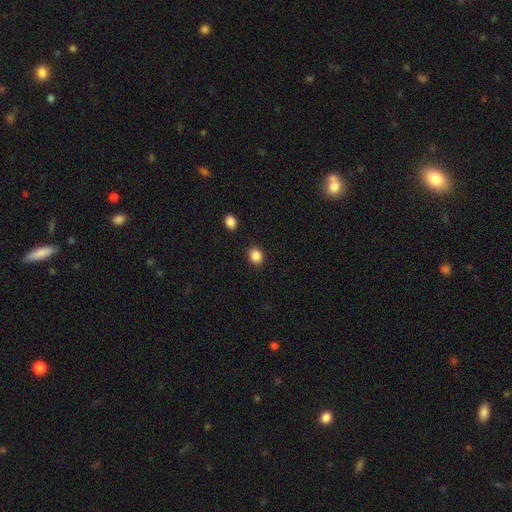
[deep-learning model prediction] smooth_or_featured: smooth (p=0.87) [alt: star or artifact p=0.10]
how_rounded: round (p=0.58) [alt: in between p=0.41]
merging: none (p=0.87) [alt: minor disturbance p=0.08]